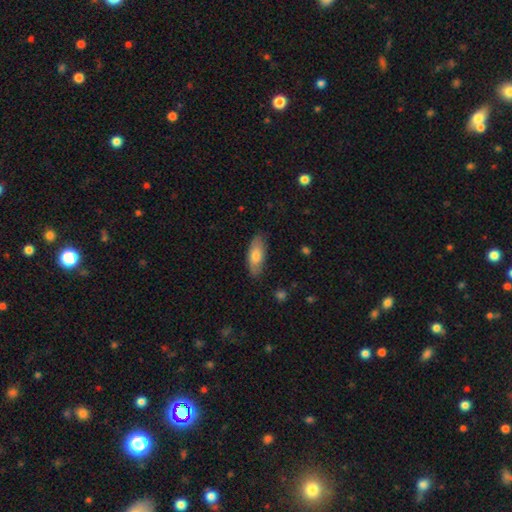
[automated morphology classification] Smooth or featured: smooth — 75% (featured or disk — 19%)
How rounded: in between — 81% (cigar-shaped — 17%)
Merging: none — 82% (minor disturbance — 14%)